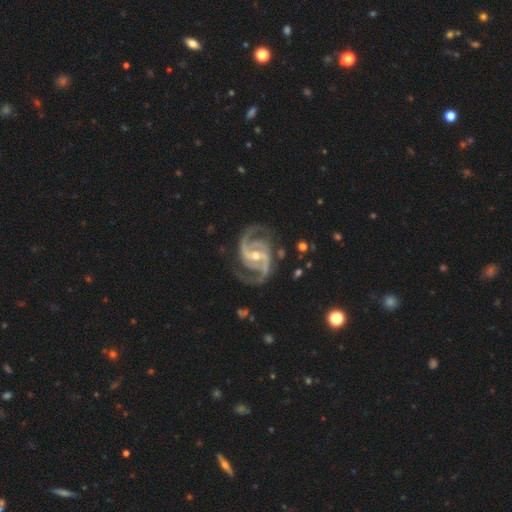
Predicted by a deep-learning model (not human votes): Morphology: type=featured or disk (94%); edge-on=no (98%); bar=strong (46%); spiral arms=yes (99%); winding=medium (60%); arm count=2 (66%); bulge=moderate (55%); merging=none (74%).